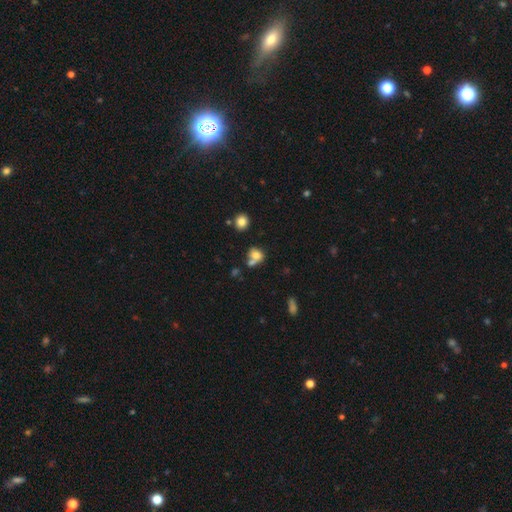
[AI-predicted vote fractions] The model was most divided on "how rounded": round: 52%, in between: 47%, cigar-shaped: 2%. Remaining: smooth or featured — smooth (72%); merging — merger (46%).